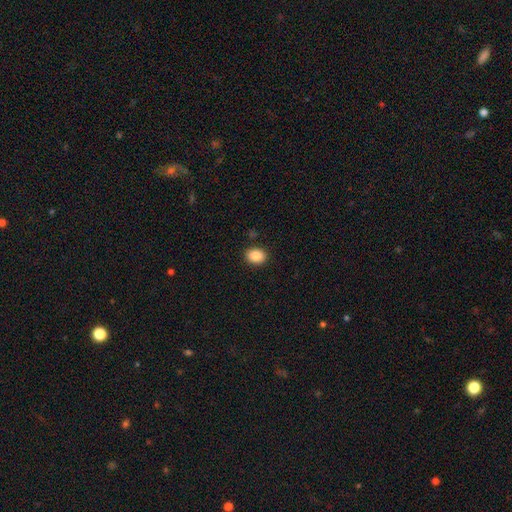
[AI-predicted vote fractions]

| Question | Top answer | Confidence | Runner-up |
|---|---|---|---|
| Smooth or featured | smooth | 88% | star or artifact (9%) |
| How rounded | in between | 56% | round (43%) |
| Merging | none | 89% | minor disturbance (7%) |